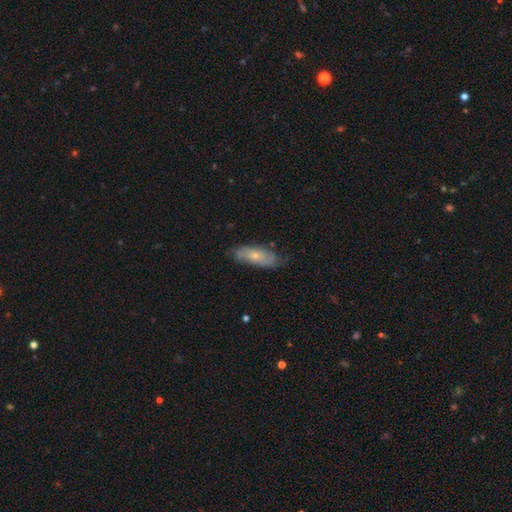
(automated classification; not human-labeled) Q: Smooth or featured?
A: smooth (57%); runner-up: featured or disk (37%)
Q: How rounded?
A: in between (67%); runner-up: cigar-shaped (30%)
Q: Merging?
A: none (70%); runner-up: minor disturbance (24%)